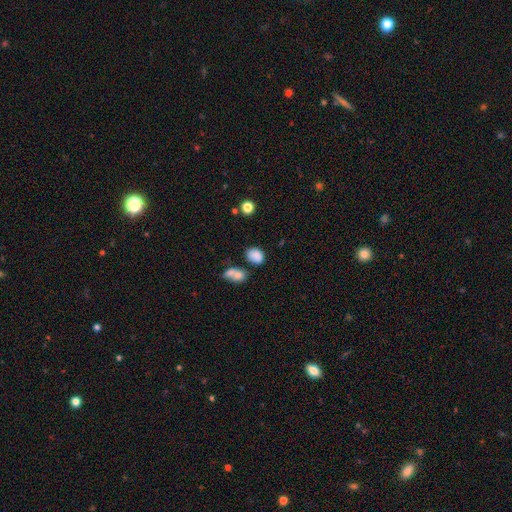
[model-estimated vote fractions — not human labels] smooth_or_featured: smooth (p=0.83) [alt: star or artifact p=0.11]
how_rounded: in between (p=0.65) [alt: round p=0.33]
merging: none (p=0.58) [alt: merger p=0.20]